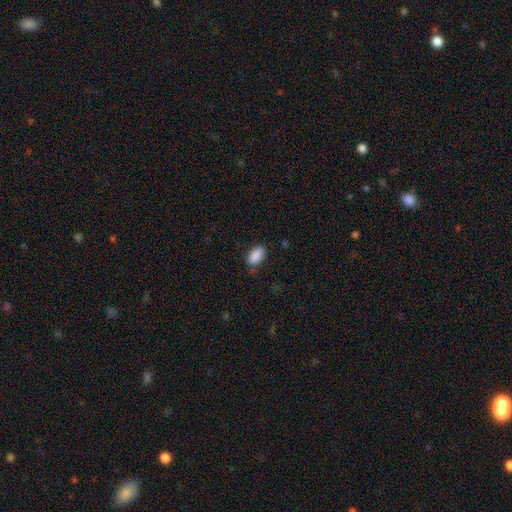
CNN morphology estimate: smooth-or-featured: smooth: 89% | star or artifact: 7% | featured or disk: 4%
  how-rounded: in between: 93% | round: 4% | cigar-shaped: 3%
  merging: none: 77% | minor disturbance: 18% | major disturbance: 4% | merger: 1%